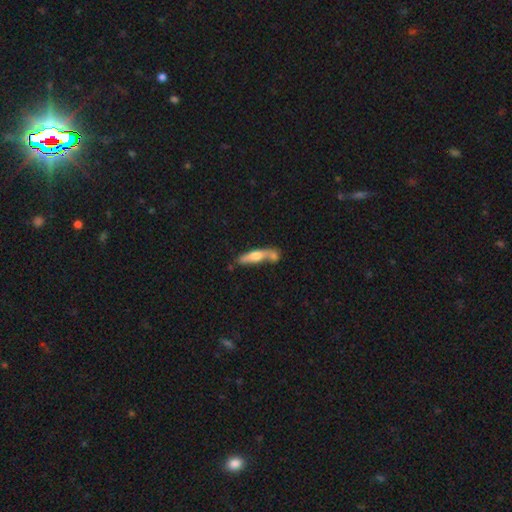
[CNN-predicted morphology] Overall: smooth (55%; featured or disk 39%). How rounded: cigar-shaped (74%). Merging: none (39%, tied with merger).